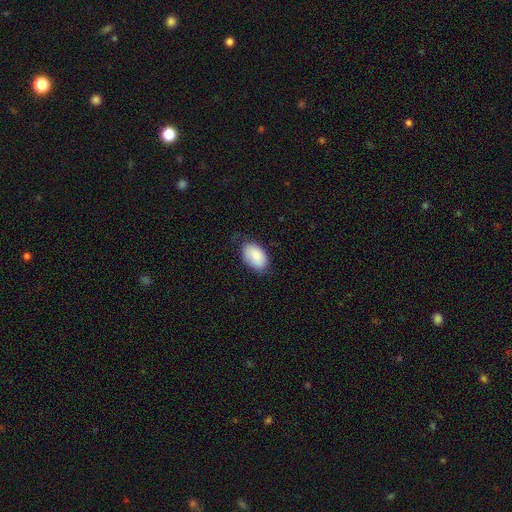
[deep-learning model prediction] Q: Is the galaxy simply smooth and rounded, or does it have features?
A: smooth — 85%.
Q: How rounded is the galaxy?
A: in between — 91%.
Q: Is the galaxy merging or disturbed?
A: none — 72%.